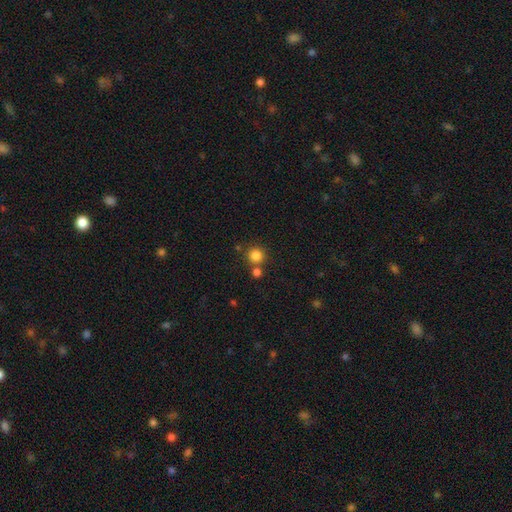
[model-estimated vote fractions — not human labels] A smooth galaxy with no disk features (83%) that is round (93%).

Vote fractions:
- Smooth or featured? smooth: 83% / star or artifact: 12% / featured or disk: 5%
- How rounded? round: 93% / in between: 6% / cigar-shaped: 1%
- Merging? none: 73% / merger: 17% / minor disturbance: 7% / major disturbance: 3%